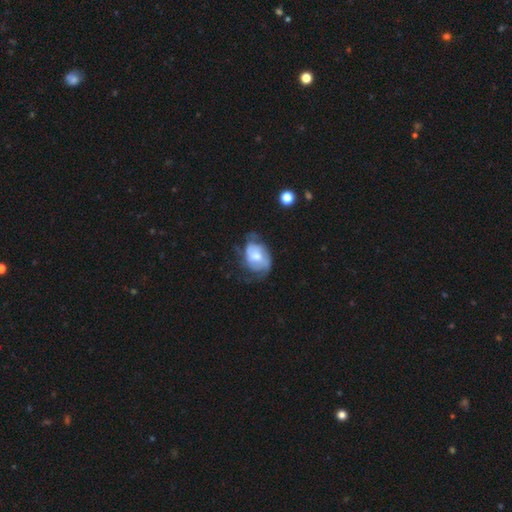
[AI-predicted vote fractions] Q: Smooth or featured?
A: featured or disk (52%); runner-up: smooth (41%)
Q: Edge-on disk?
A: no (96%); runner-up: yes (4%)
Q: Bar?
A: no (66%); runner-up: weak (28%)
Q: Spiral arms?
A: yes (60%); runner-up: no (40%)
Q: Bulge size?
A: moderate (56%); runner-up: small (22%)
Q: Merging?
A: none (37%); runner-up: minor disturbance (31%)